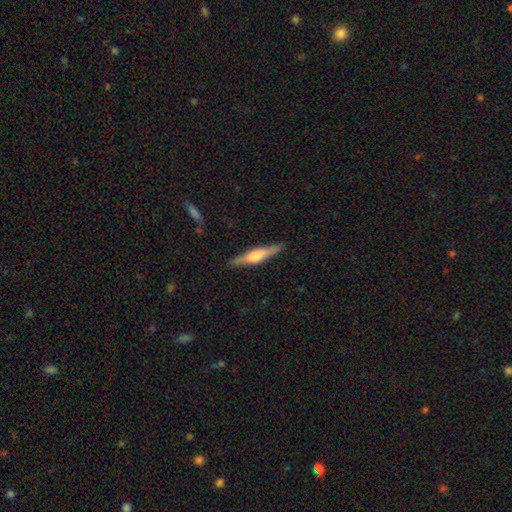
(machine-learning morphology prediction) The model was most divided on "smooth or featured": featured or disk: 61%, smooth: 33%, star or artifact: 6%. More confident: edge-on disk — yes (97%); merging — none (89%); edge-on bulge — rounded (80%).